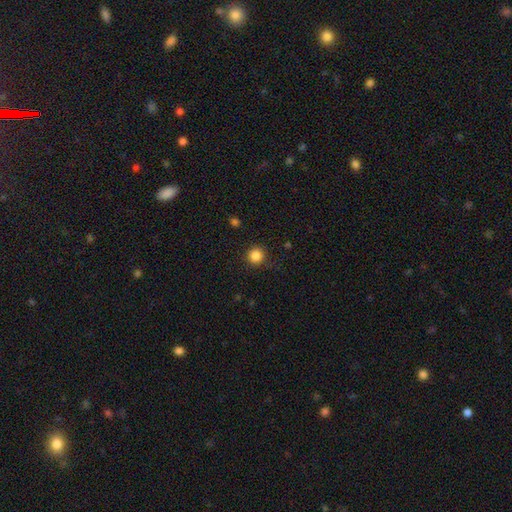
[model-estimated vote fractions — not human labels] This is clearly a smooth galaxy (85%). How rounded: clearly round (94%). Merging: clearly none (89%).